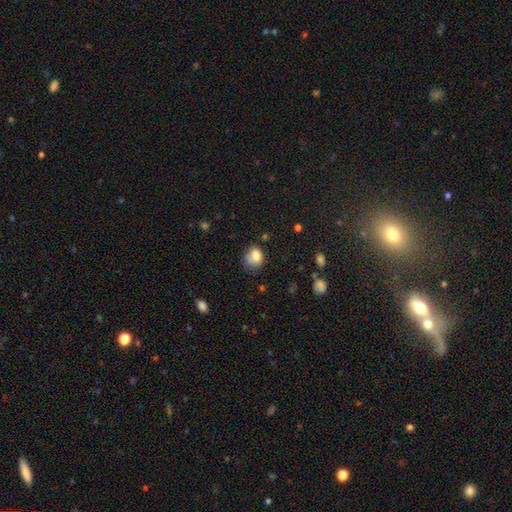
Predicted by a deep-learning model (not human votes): Smooth or featured: smooth — 79% (featured or disk — 11%)
How rounded: round — 59% (in between — 40%)
Merging: none — 53% (minor disturbance — 30%)